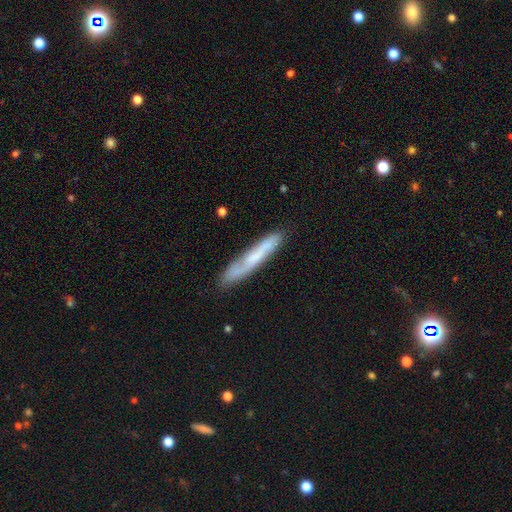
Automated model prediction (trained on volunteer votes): Overall: featured or disk (48%; smooth 45%). Merging: none (77%).